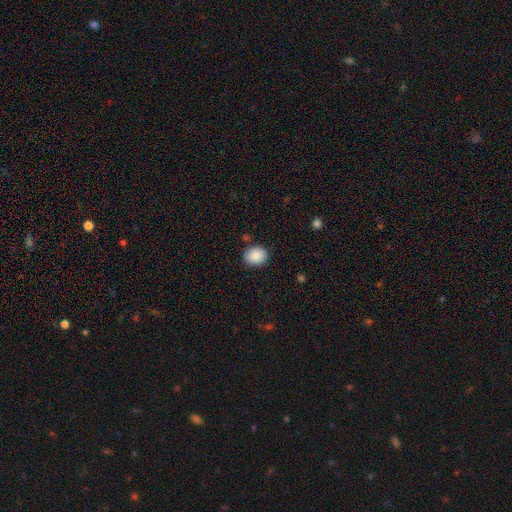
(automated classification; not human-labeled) smooth_or_featured: smooth (p=0.88) [alt: star or artifact p=0.08]
how_rounded: round (p=0.60) [alt: in between p=0.39]
merging: none (p=0.85) [alt: minor disturbance p=0.10]